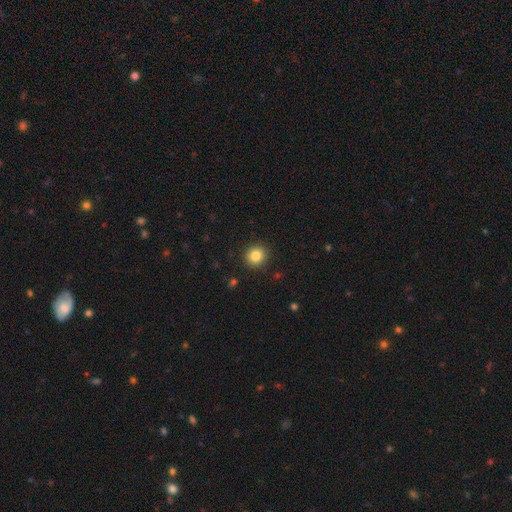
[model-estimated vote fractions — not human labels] Smooth or featured: smooth — 84% (star or artifact — 10%)
How rounded: round — 89% (in between — 10%)
Merging: none — 91% (minor disturbance — 6%)